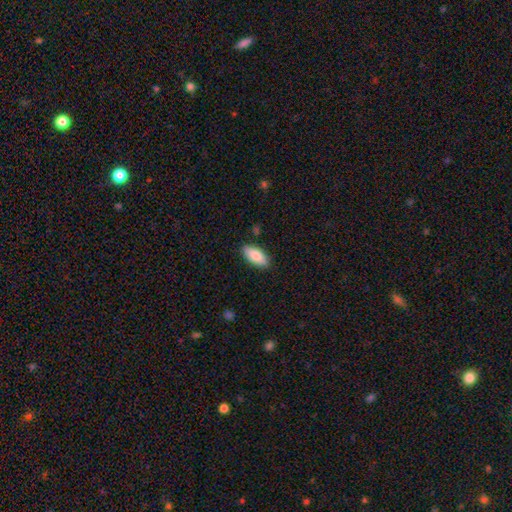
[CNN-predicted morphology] Smooth or featured? smooth (85%)
How rounded? in between (87%)
Merging? none (87%)